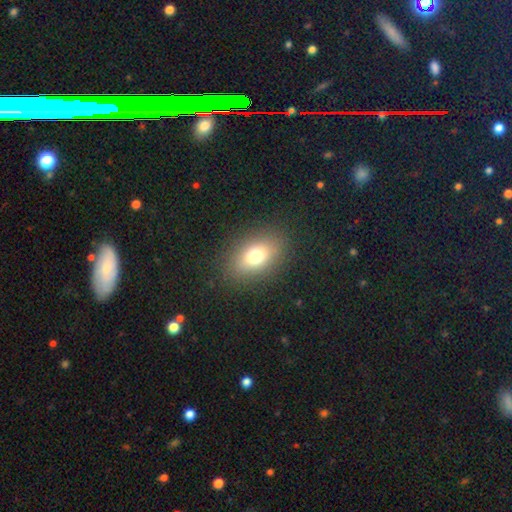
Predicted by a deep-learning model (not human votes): Overall: smooth (72%). How rounded: in between (78%). Merging: none (86%).